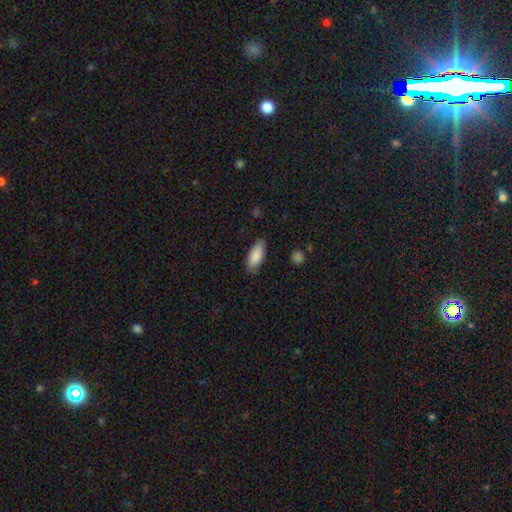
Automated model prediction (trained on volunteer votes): A smooth galaxy with no disk features (89%) that is in between round and cigar-shaped (84%). Merging: none (85%).